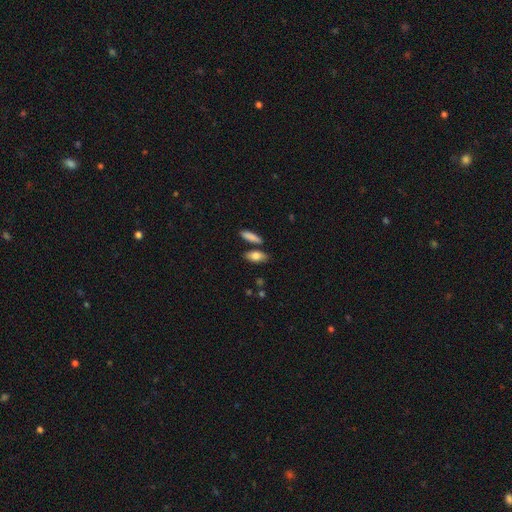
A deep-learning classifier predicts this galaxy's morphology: Smooth or featured? Predicted: smooth (p=0.82). How rounded? Predicted: in between (p=0.76). Merging? Predicted: none (p=0.74).